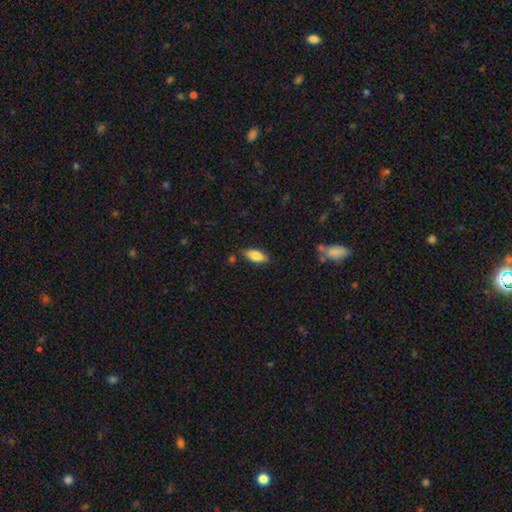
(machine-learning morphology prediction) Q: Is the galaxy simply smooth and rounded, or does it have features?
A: smooth — 81%.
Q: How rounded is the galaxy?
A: in between — 81%.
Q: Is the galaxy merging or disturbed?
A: none — 82%.